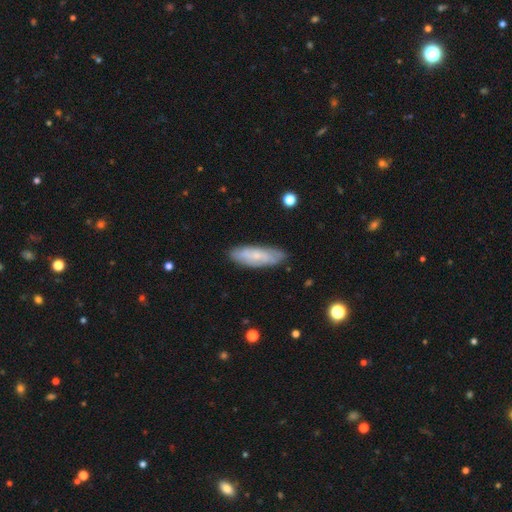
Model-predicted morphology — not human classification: type=smooth (54%); roundness=in between (56%); merging=none (82%).